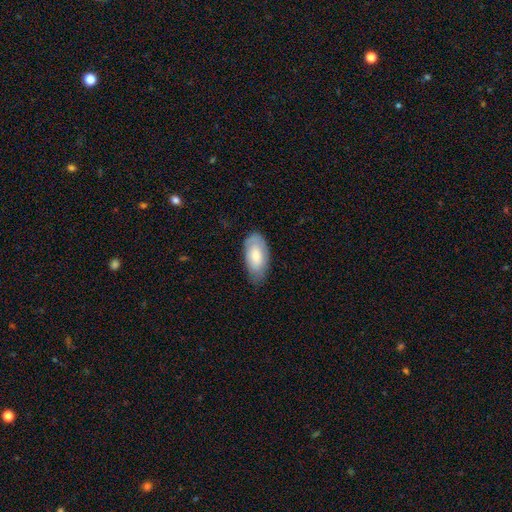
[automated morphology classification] A smooth galaxy with no disk features (73%) that is in between round and cigar-shaped (94%).

Vote fractions:
- Smooth or featured? smooth: 73% / featured or disk: 21% / star or artifact: 6%
- How rounded? in between: 94% / cigar-shaped: 4% / round: 2%
- Merging? none: 69% / minor disturbance: 25% / major disturbance: 5% / merger: 1%